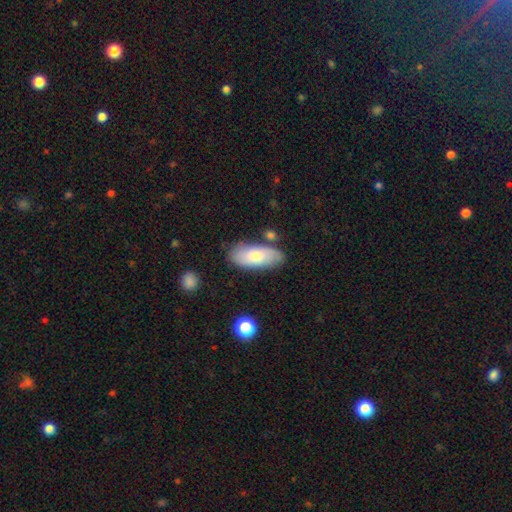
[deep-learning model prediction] A smooth galaxy with no disk features (67%) that is in between round and cigar-shaped (85%). Merging: none (76%).